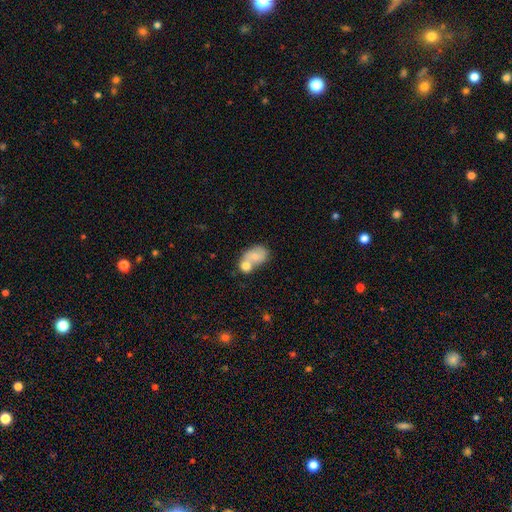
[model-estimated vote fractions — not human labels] smooth_or_featured: smooth (p=0.69) [alt: featured or disk p=0.24]
how_rounded: in between (p=0.69) [alt: round p=0.29]
merging: merger (p=0.66) [alt: none p=0.20]